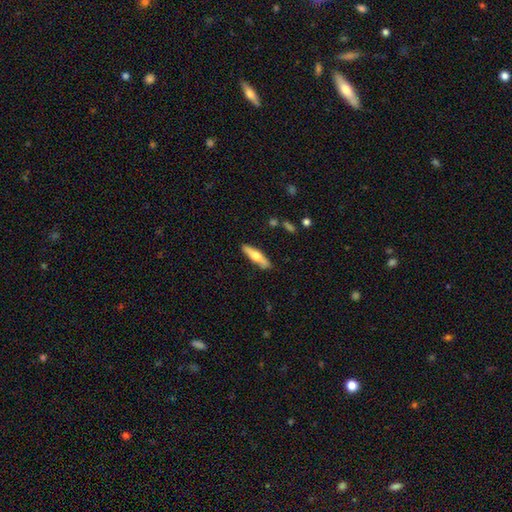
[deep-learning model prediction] Smooth or featured?
  - smooth: 52% *
  - featured or disk: 42%
  - star or artifact: 5%
How rounded?
  - cigar-shaped: 72% *
  - in between: 26%
  - round: 2%
Merging?
  - none: 86% *
  - minor disturbance: 10%
  - major disturbance: 2%
  - merger: 2%